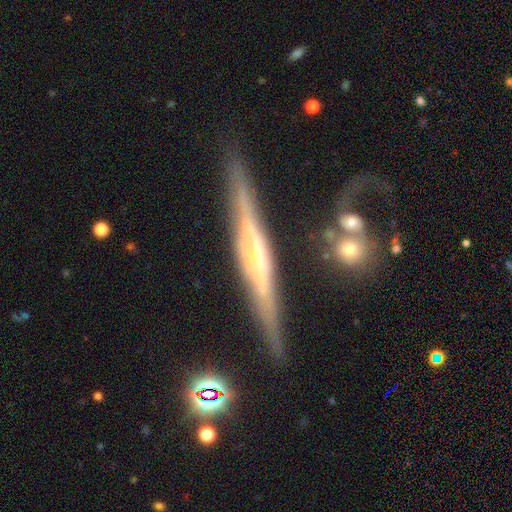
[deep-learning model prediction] This appears to be a featured or disk galaxy (81%) viewed edge-on (95%) with a rounded central bulge (60%). Merging: none (82%).